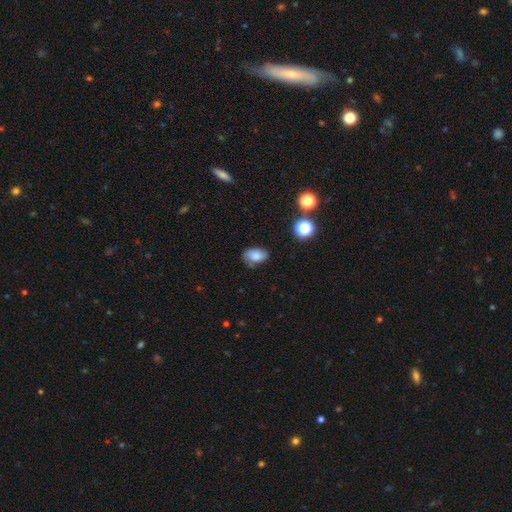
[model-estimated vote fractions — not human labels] This appears to be a smooth galaxy with no disk features (75%) that is in between round and cigar-shaped (86%). Merging: none (68%).